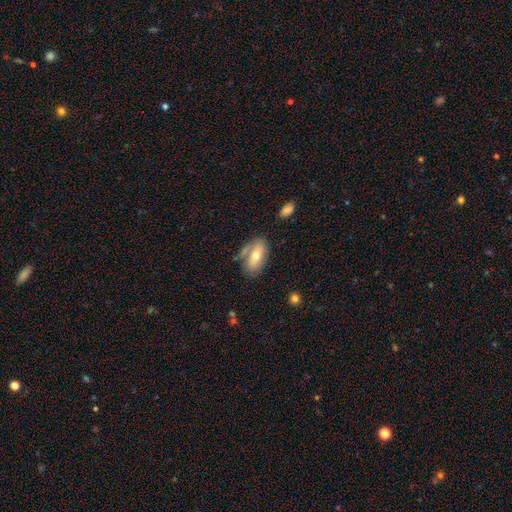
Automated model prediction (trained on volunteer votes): Morphology: type=smooth (61%); roundness=in between (90%); merging=none (61%).